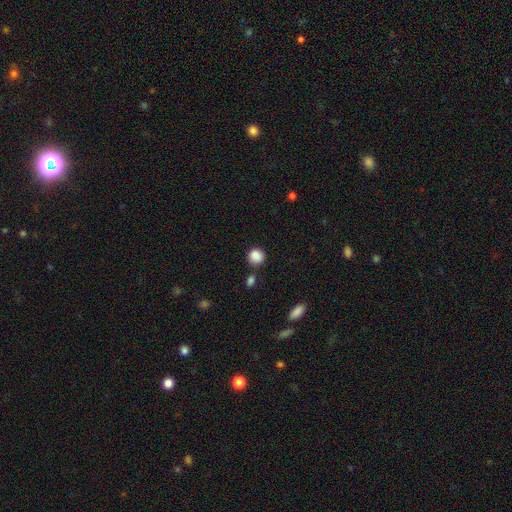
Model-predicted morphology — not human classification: Smooth or featured?
  - smooth: 87% *
  - star or artifact: 9%
  - featured or disk: 4%
How rounded?
  - round: 85% *
  - in between: 14%
  - cigar-shaped: 1%
Merging?
  - none: 73% *
  - minor disturbance: 15%
  - merger: 8%
  - major disturbance: 4%